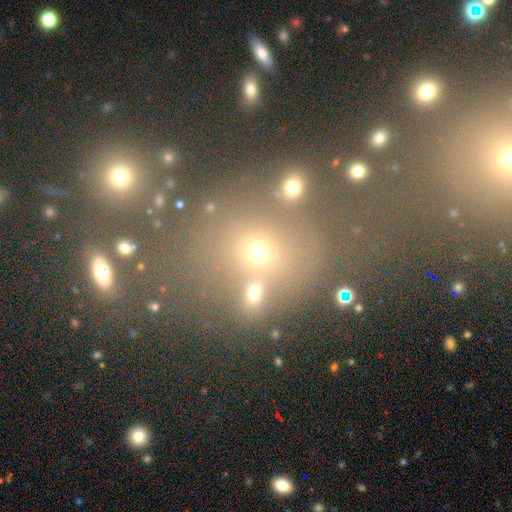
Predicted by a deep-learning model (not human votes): smooth 47%, star or artifact 40%, featured or disk 13%. Down the decision tree: merging — none (55%).